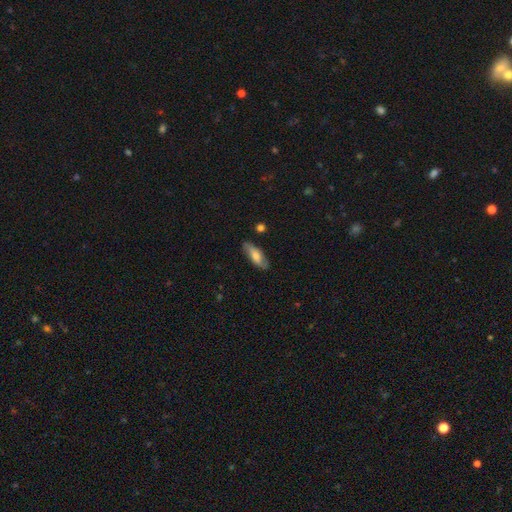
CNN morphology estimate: Smooth or featured: smooth — 55% (featured or disk — 39%)
How rounded: in between — 70% (cigar-shaped — 27%)
Merging: none — 82% (minor disturbance — 14%)